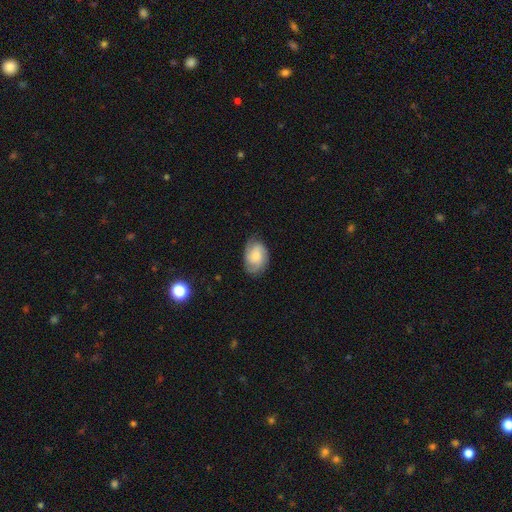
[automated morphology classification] Smooth or featured?
  - featured or disk: 50% *
  - smooth: 42%
  - star or artifact: 8%
Edge-on disk?
  - no: 97% *
  - yes: 3%
Merging?
  - none: 75% *
  - minor disturbance: 19%
  - major disturbance: 5%
  - merger: 1%